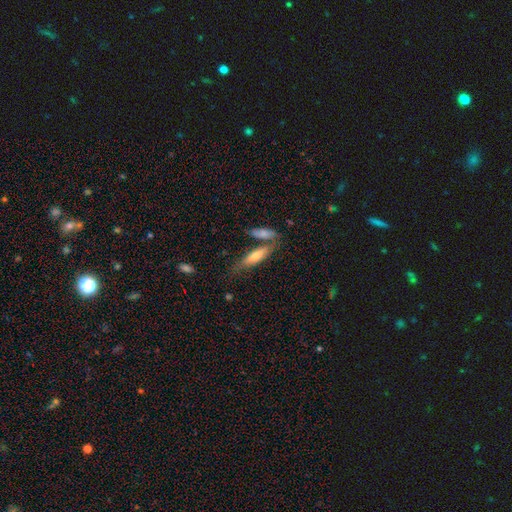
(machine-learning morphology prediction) Overall: smooth (56%; featured or disk 37%). How rounded: cigar-shaped (69%; in between 29%). Merging: none (56%; merger 24%).